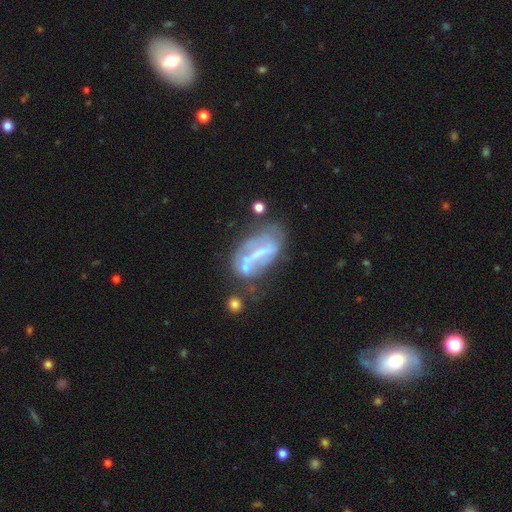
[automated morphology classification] The model was most divided on "merging": none: 33%, major disturbance: 25%, minor disturbance: 23%, merger: 19%. Remaining: edge-on disk — no (87%); smooth or featured — featured or disk (66%); spiral arms — no (64%); bar — strong (53%); bulge size — none (46%).